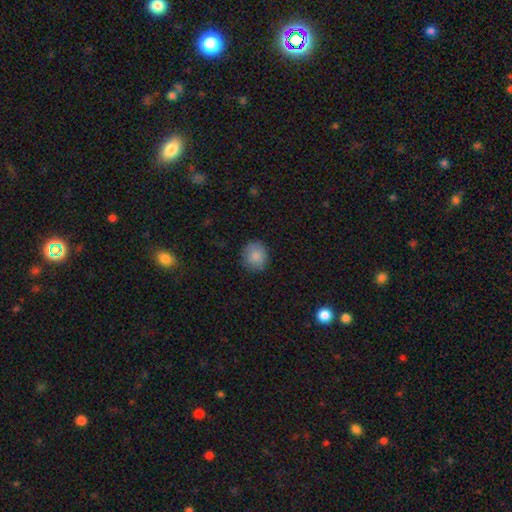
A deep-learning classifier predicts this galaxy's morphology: Smooth or featured? smooth (86%)
How rounded? round (85%)
Merging? none (85%)